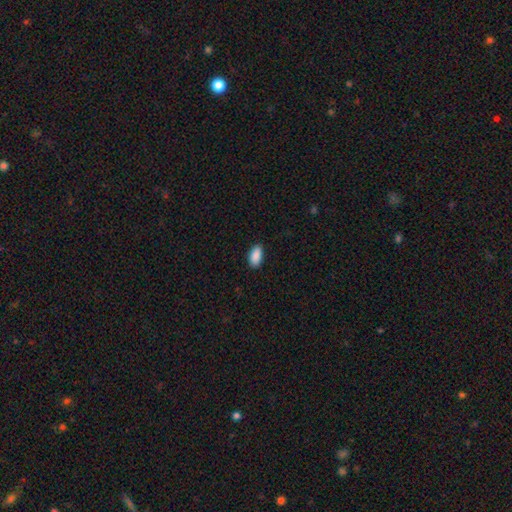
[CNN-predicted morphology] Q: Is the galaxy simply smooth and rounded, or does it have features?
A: smooth — 90%.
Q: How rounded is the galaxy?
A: in between — 94%.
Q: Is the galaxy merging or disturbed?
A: none — 87%.